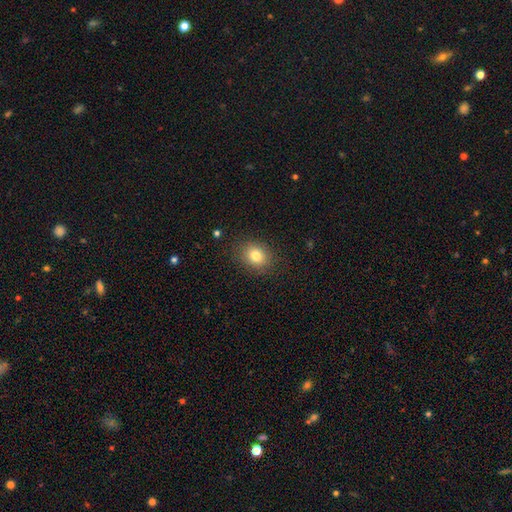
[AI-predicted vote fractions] Smooth or featured: smooth — 80% (star or artifact — 11%)
How rounded: round — 54% (in between — 45%)
Merging: none — 86% (minor disturbance — 10%)